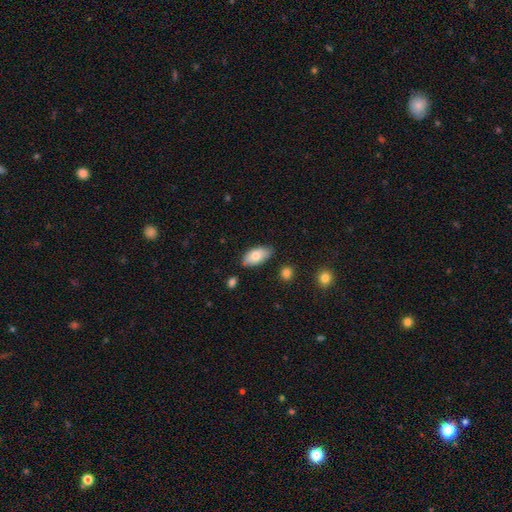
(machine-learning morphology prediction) Q: Smooth or featured?
A: smooth (75%); runner-up: featured or disk (18%)
Q: How rounded?
A: in between (92%); runner-up: cigar-shaped (4%)
Q: Merging?
A: none (78%); runner-up: minor disturbance (16%)